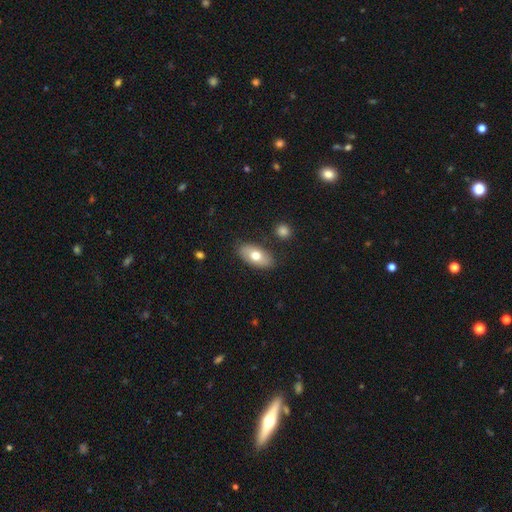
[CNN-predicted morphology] Q: Smooth or featured?
A: smooth (71%); runner-up: featured or disk (23%)
Q: How rounded?
A: in between (92%); runner-up: round (4%)
Q: Merging?
A: none (85%); runner-up: minor disturbance (10%)